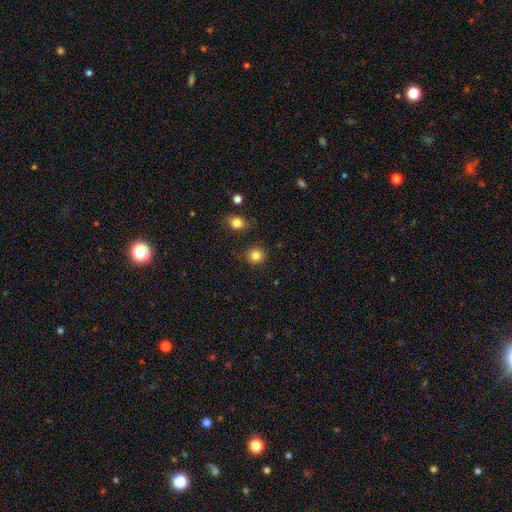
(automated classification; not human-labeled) The model was most divided on "smooth or featured": smooth: 84%, star or artifact: 11%, featured or disk: 5%. More confident: how rounded — round (90%); merging — none (86%).